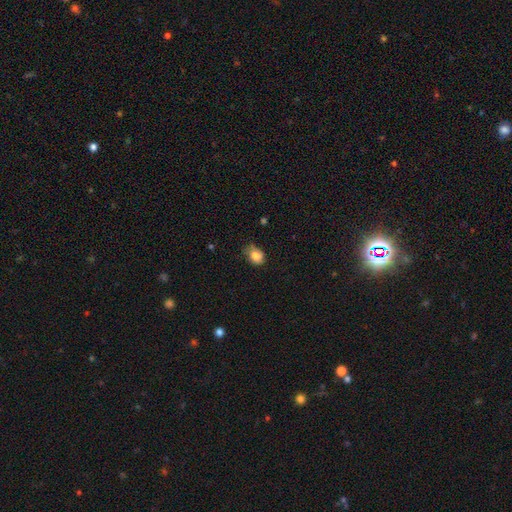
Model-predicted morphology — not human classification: Smooth or featured? Predicted: smooth (p=0.82). How rounded? Predicted: in between (p=0.58). Merging? Predicted: none (p=0.54).